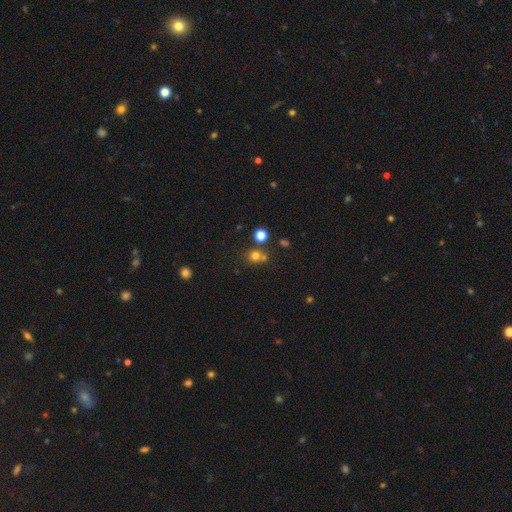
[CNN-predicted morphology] Smooth or featured: smooth — 71% (star or artifact — 20%)
How rounded: round — 85% (in between — 14%)
Merging: none — 60% (merger — 27%)